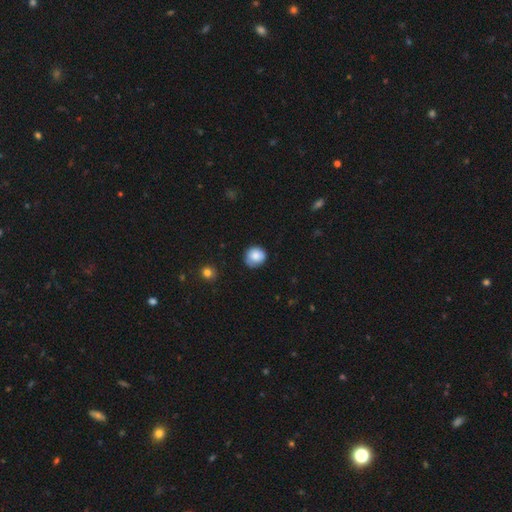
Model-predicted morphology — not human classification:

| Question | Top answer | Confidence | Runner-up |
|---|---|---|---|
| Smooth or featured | smooth | 83% | featured or disk (9%) |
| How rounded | round | 88% | in between (11%) |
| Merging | none | 75% | minor disturbance (20%) |